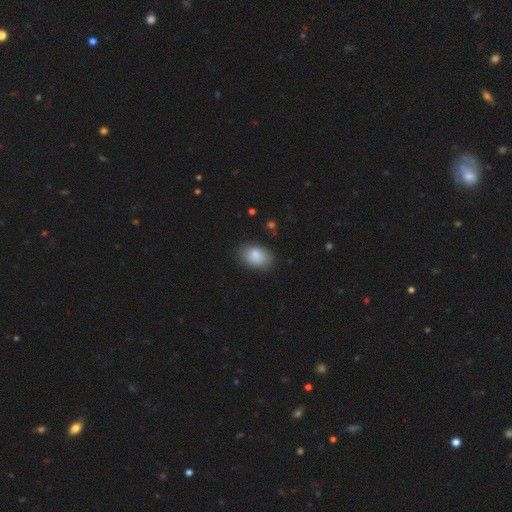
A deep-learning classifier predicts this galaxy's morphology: Smooth or featured? smooth (85%)
How rounded? in between (87%)
Merging? none (79%)